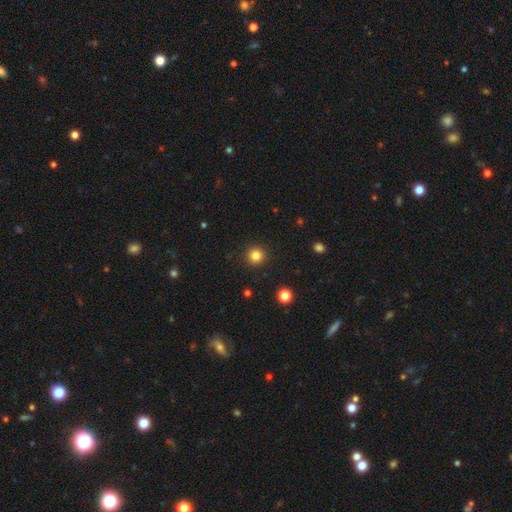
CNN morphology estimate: A smooth galaxy with no disk features (83%) that is round (95%). Merging: none (92%).